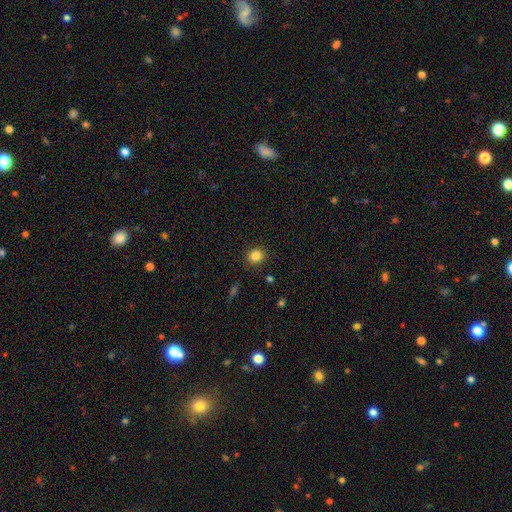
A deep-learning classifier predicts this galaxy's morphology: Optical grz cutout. It shows a smooth galaxy with no disk features (84%) that is round (78%). Merging: none (88%).